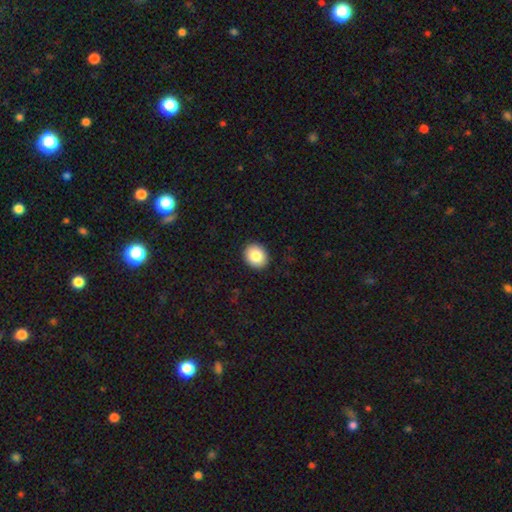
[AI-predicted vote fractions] Smooth or featured? smooth (84%)
How rounded? round (60%)
Merging? none (91%)